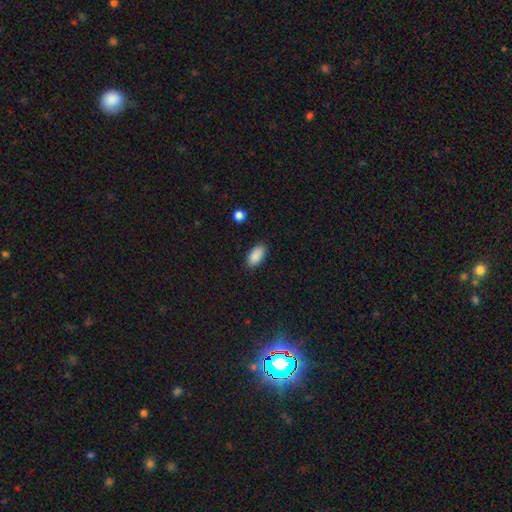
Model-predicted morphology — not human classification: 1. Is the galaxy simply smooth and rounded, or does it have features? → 89% smooth, 7% star or artifact, 4% featured or disk.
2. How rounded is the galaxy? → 93% in between, 4% cigar-shaped, 3% round.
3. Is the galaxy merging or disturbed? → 87% none, 9% minor disturbance, 2% major disturbance, 1% merger.